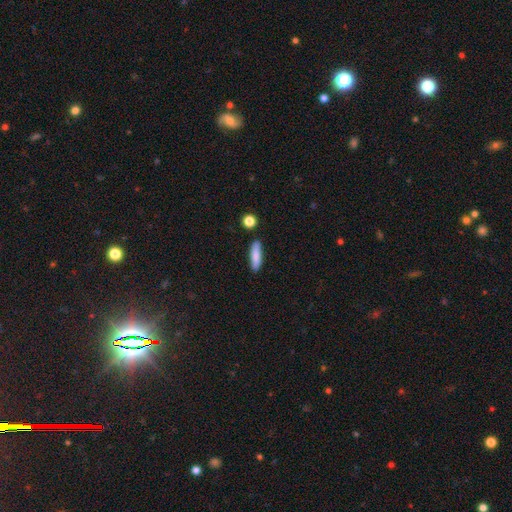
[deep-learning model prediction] The model was most divided on "how rounded": cigar-shaped: 70%, in between: 27%, round: 2%. More confident: merging — none (84%); smooth or featured — smooth (82%).